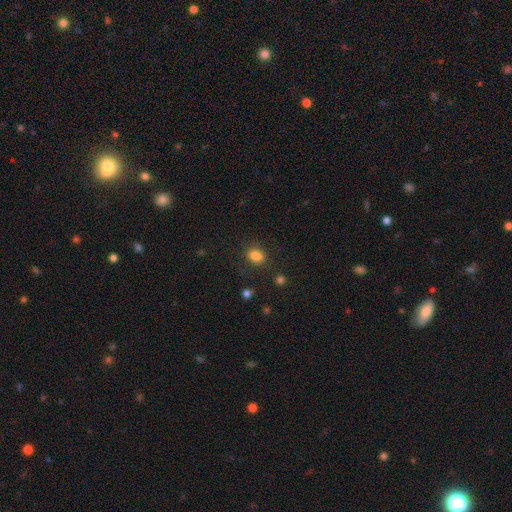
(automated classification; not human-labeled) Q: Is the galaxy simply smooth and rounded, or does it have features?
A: smooth — 84%.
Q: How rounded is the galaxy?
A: in between — 64%.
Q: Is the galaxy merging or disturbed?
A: none — 83%.